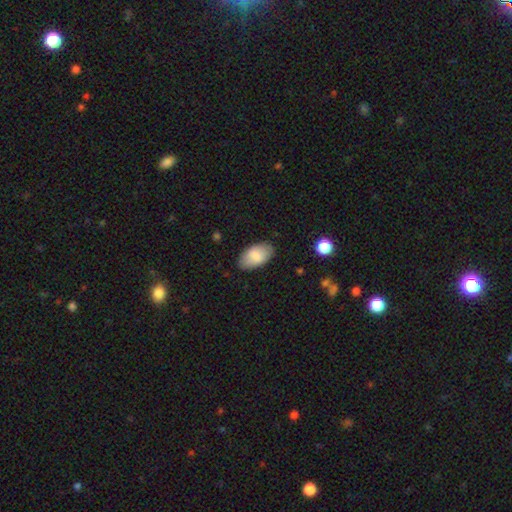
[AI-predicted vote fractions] A smooth galaxy with no disk features (81%) that is in between round and cigar-shaped (95%). Merging: none (84%).